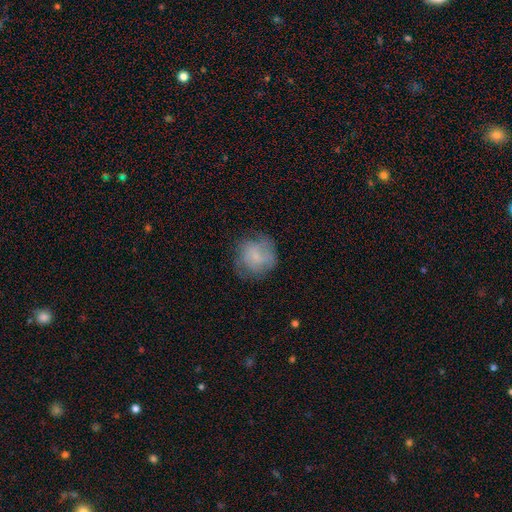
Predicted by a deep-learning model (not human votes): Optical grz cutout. It shows a smooth galaxy with no disk features (50%). Merging: none (68%).